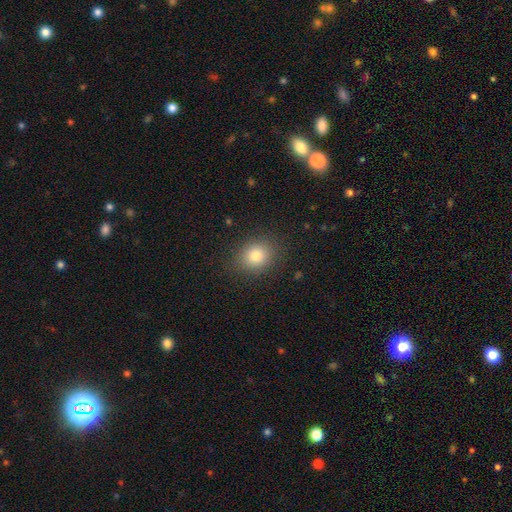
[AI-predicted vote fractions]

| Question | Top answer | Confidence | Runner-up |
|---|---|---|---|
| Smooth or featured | smooth | 80% | star or artifact (12%) |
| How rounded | round | 61% | in between (38%) |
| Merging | none | 86% | minor disturbance (10%) |